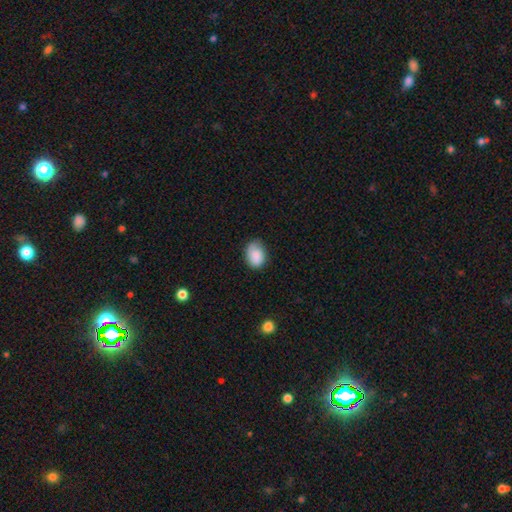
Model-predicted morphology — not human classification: Smooth or featured? Predicted: smooth (p=0.82). How rounded? Predicted: in between (p=0.72). Merging? Predicted: none (p=0.71).